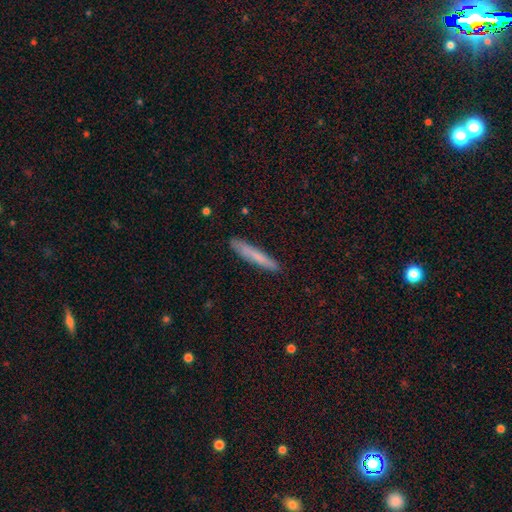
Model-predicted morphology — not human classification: Smooth or featured? smooth (73%)
How rounded? cigar-shaped (95%)
Merging? none (87%)